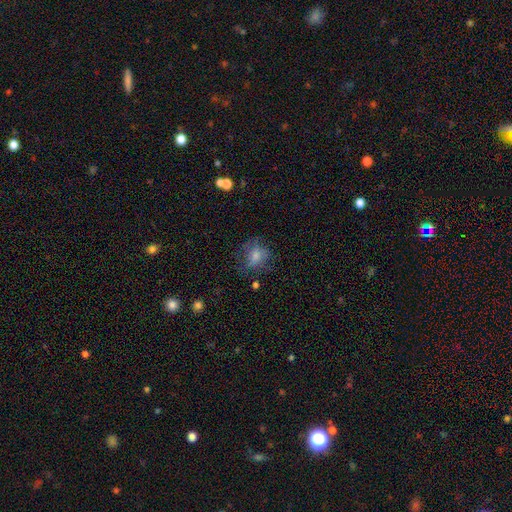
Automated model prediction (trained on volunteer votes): smooth-or-featured: smooth: 52% | featured or disk: 30% | star or artifact: 18%
  how-rounded: round: 62% | in between: 36% | cigar-shaped: 2%
  merging: none: 61% | minor disturbance: 21% | major disturbance: 16% | merger: 2%